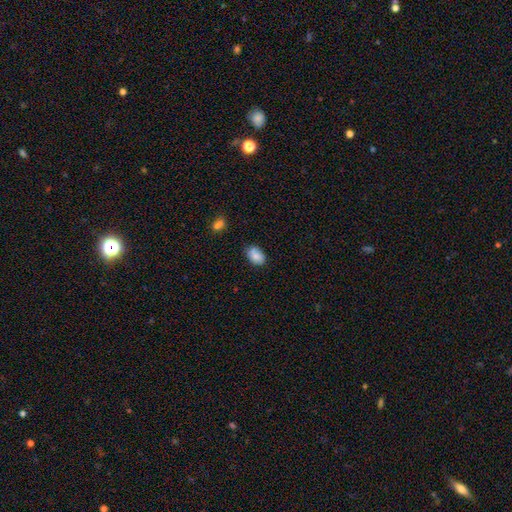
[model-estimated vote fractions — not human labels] Smooth or featured? smooth (81%)
How rounded? in between (85%)
Merging? none (70%)